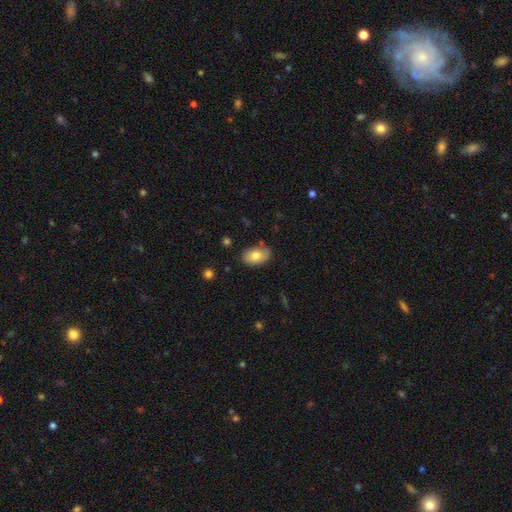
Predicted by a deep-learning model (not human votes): Smooth or featured: smooth — 77% (featured or disk — 16%)
How rounded: in between — 91% (round — 8%)
Merging: none — 80% (minor disturbance — 15%)